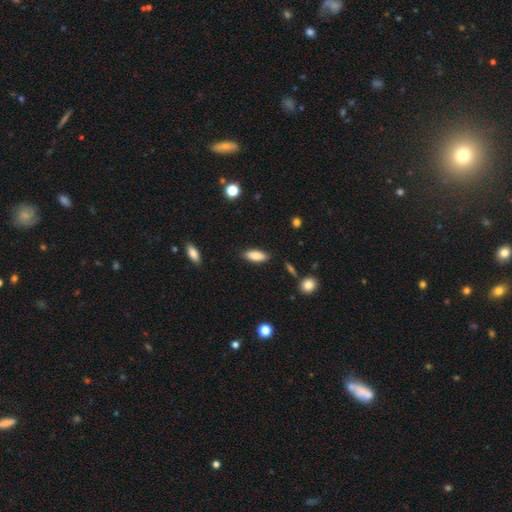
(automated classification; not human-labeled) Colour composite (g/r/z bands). It shows a smooth galaxy with no disk features (83%) that is in between round and cigar-shaped (74%). Merging: none (85%).